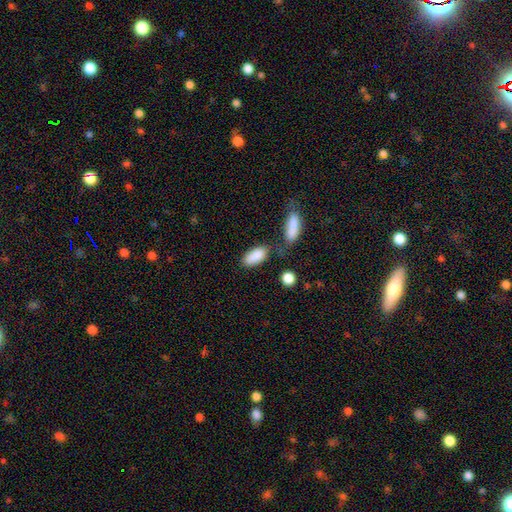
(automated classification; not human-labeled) smooth-or-featured: smooth: 87% | star or artifact: 7% | featured or disk: 6%
  how-rounded: in between: 87% | cigar-shaped: 10% | round: 3%
  merging: none: 56% | merger: 19% | minor disturbance: 18% | major disturbance: 7%